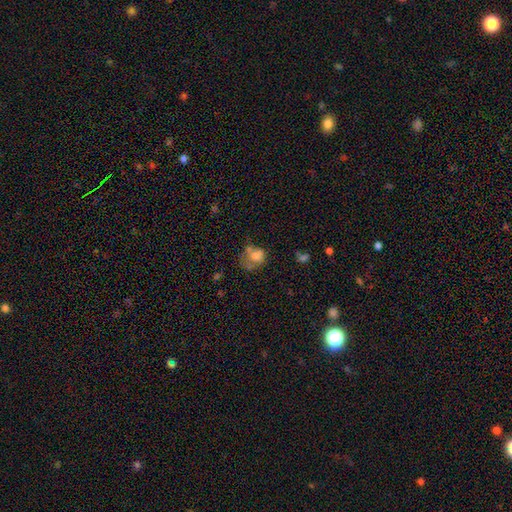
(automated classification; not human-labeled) This appears to be a smooth galaxy with no disk features (69%) that is round (59%). Merging: none (31%).